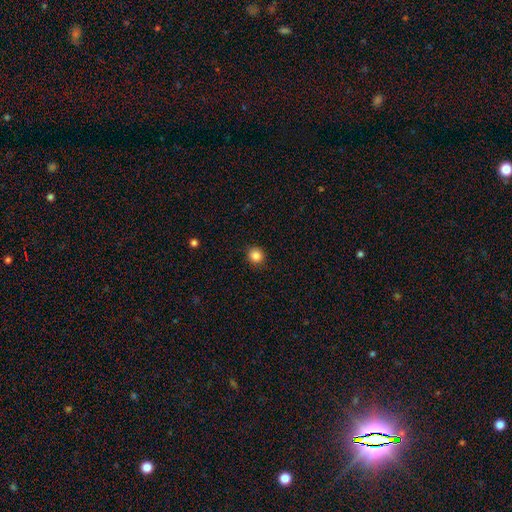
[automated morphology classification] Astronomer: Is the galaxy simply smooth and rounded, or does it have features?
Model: smooth — 86%.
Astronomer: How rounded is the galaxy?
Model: round — 89%.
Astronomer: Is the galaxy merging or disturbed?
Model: none — 90%.